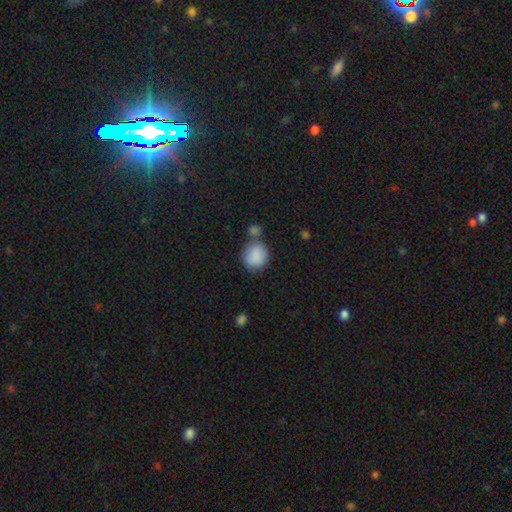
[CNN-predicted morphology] Smooth or featured: smooth — 88% (star or artifact — 7%)
How rounded: round — 83% (in between — 16%)
Merging: none — 57% (merger — 22%)